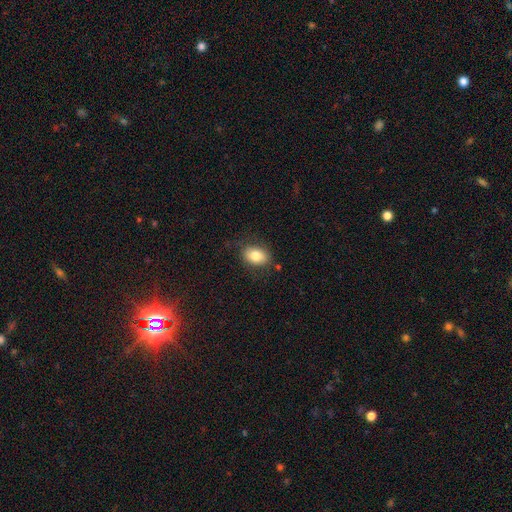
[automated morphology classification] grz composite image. It shows a smooth galaxy with no disk features (81%) that is in between round and cigar-shaped (76%). Merging: none (76%).